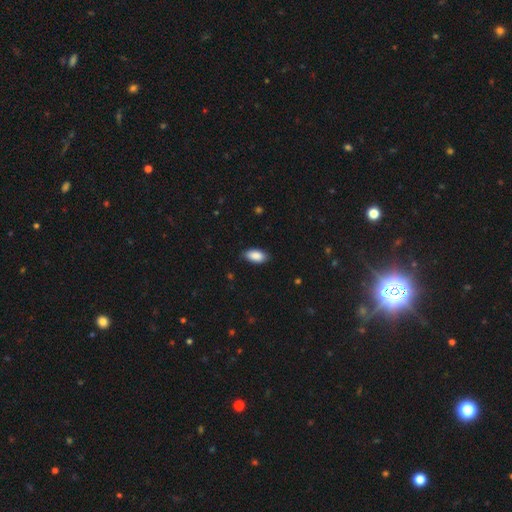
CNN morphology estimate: A smooth galaxy with no disk features (88%) that is in between round and cigar-shaped (93%).

Vote fractions:
- Smooth or featured? smooth: 88% / star or artifact: 6% / featured or disk: 5%
- How rounded? in between: 93% / cigar-shaped: 4% / round: 3%
- Merging? none: 84% / minor disturbance: 12% / major disturbance: 2% / merger: 1%